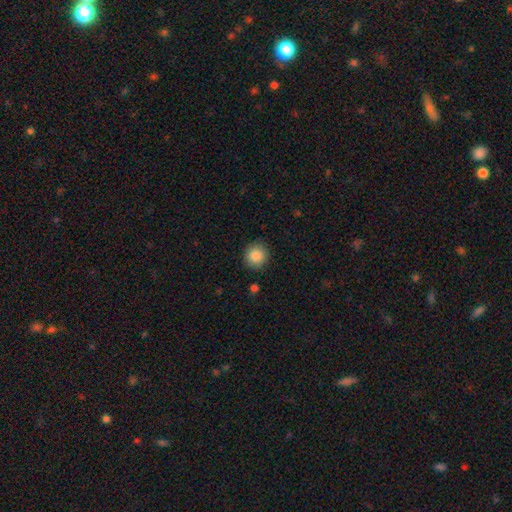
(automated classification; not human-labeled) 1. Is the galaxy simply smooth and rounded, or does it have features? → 87% smooth, 9% star or artifact, 4% featured or disk.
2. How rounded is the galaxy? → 92% round, 7% in between, 1% cigar-shaped.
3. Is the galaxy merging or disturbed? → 89% none, 7% minor disturbance, 2% major disturbance, 1% merger.